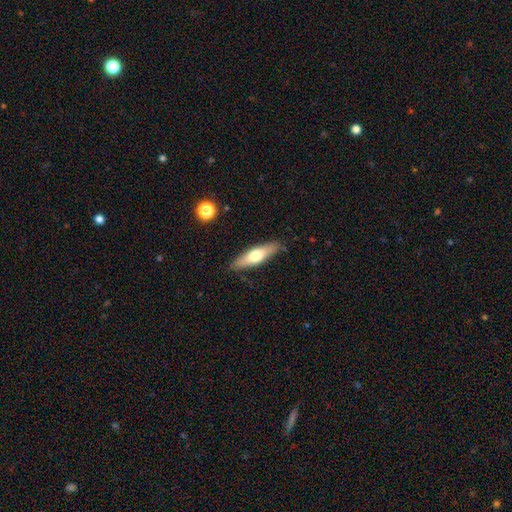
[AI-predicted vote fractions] The model was most divided on "smooth or featured": smooth: 56%, featured or disk: 38%, star or artifact: 6%. More confident: merging — none (87%); how rounded — cigar-shaped (64%).